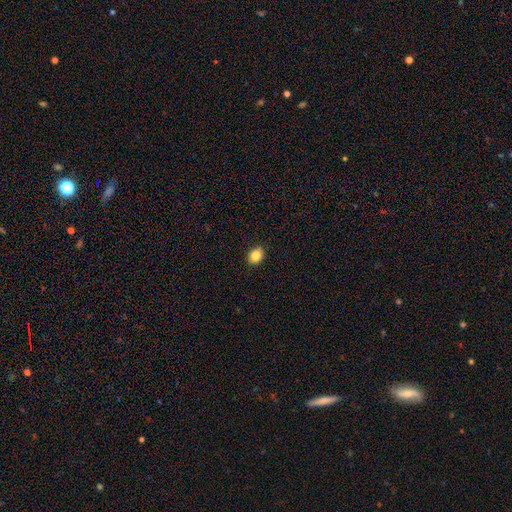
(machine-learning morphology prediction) Smooth or featured: smooth — 86% (star or artifact — 9%)
How rounded: in between — 60% (round — 39%)
Merging: none — 91% (minor disturbance — 6%)